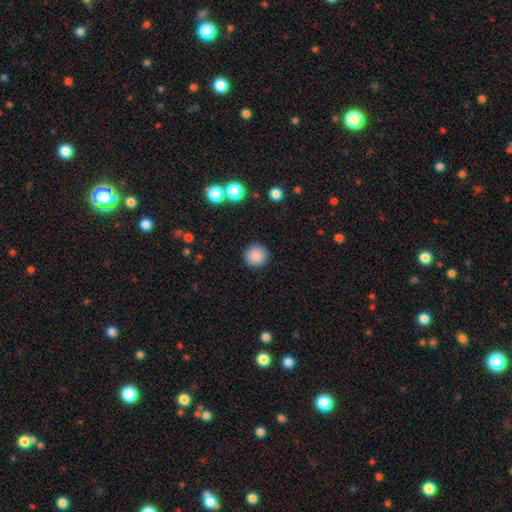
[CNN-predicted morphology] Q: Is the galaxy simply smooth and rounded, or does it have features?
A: smooth — 87%.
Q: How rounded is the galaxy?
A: round — 95%.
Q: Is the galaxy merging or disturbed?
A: none — 91%.